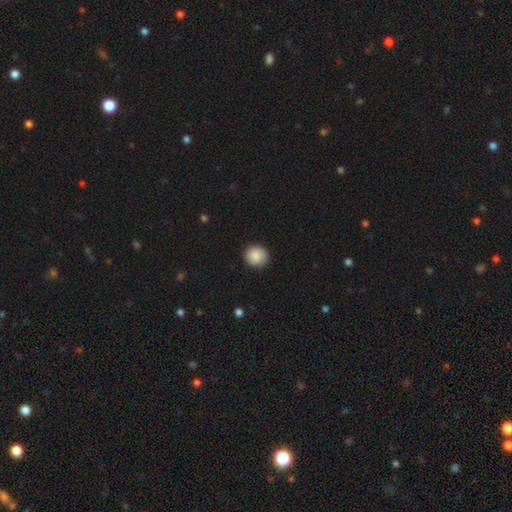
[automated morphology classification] The model was most divided on "how rounded": round: 89%, in between: 10%, cigar-shaped: 1%. More confident: merging — none (89%); smooth or featured — smooth (87%).